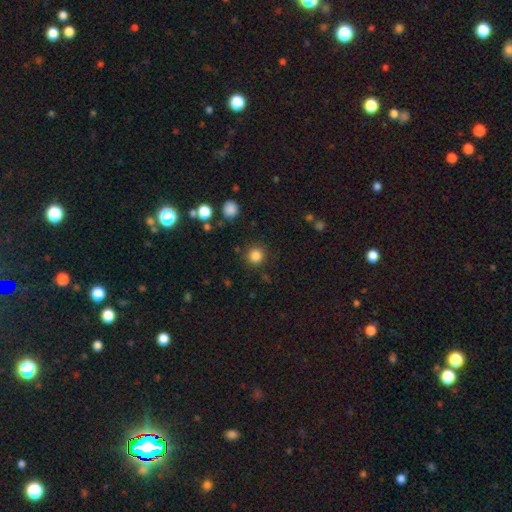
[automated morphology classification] Smooth or featured? smooth (84%)
How rounded? round (92%)
Merging? none (88%)